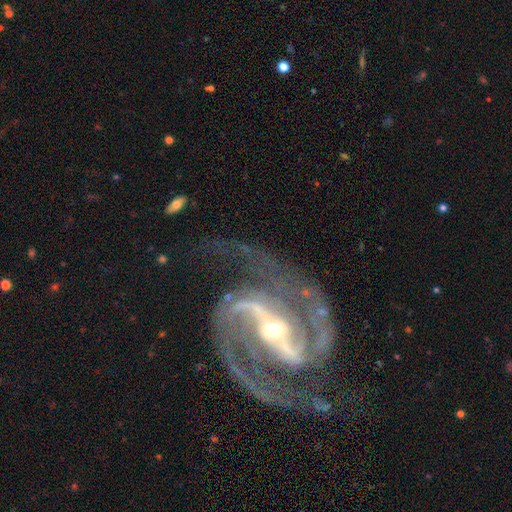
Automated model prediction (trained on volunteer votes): Smooth or featured: featured or disk — 94% (star or artifact — 4%)
Edge-on disk: no — 98% (yes — 2%)
Bar: strong — 73% (weak — 20%)
Spiral arms: yes — 99% (no — 1%)
Spiral winding: medium — 65% (tight — 22%)
Spiral arm count: 2 — 93% (3 — 2%)
Bulge size: small — 56% (moderate — 40%)
Merging: none — 73% (minor disturbance — 14%)